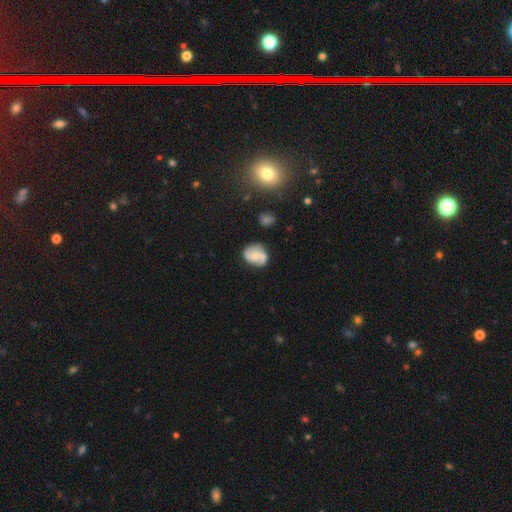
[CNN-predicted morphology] This appears to be a featured or disk galaxy (66%) with no bar (65%), 2 (78%) medium (45%) spiral arms (84%) and a moderate central bulge (63%). Merging: none (65%).